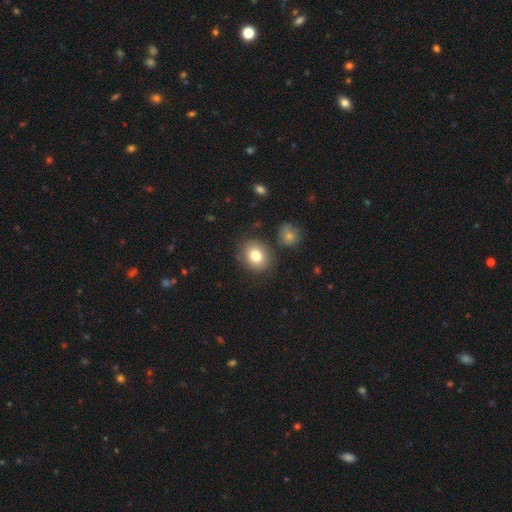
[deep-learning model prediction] A smooth galaxy with no disk features (80%) that is round (65%). Merging: none (81%).